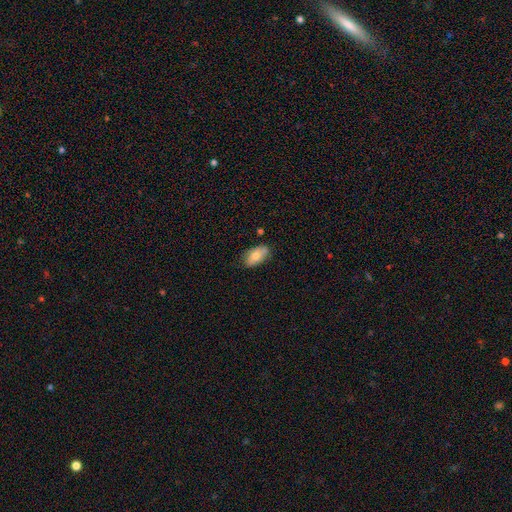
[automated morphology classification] This is likely a smooth galaxy (72%). How rounded: clearly in between (93%). Merging: likely none (75%).